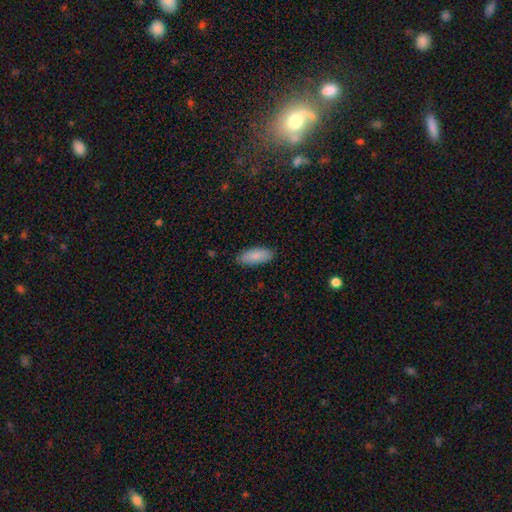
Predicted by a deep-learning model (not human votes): smooth_or_featured: smooth (p=0.88) [alt: featured or disk p=0.06]
how_rounded: in between (p=0.78) [alt: cigar-shaped p=0.20]
merging: none (p=0.87) [alt: minor disturbance p=0.10]